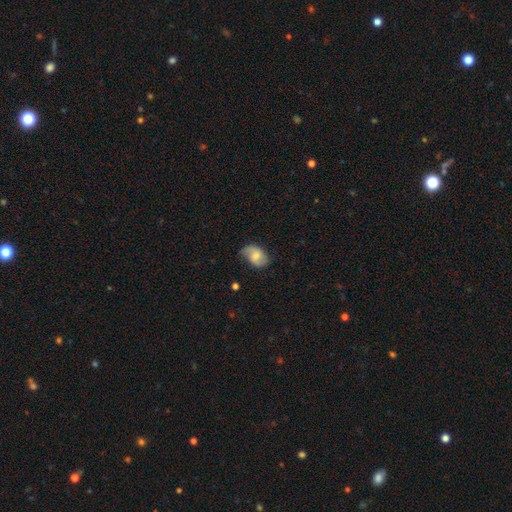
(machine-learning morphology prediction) smooth-or-featured: smooth: 47% | featured or disk: 45% | star or artifact: 8%
  merging: none: 63% | minor disturbance: 28% | major disturbance: 7% | merger: 1%